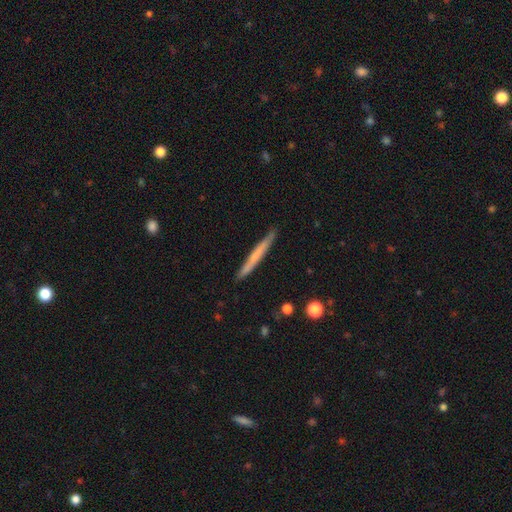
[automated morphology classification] A smooth galaxy with no disk features (55%) that is cigar-shaped (97%).

Vote fractions:
- Smooth or featured? smooth: 55% / featured or disk: 39% / star or artifact: 6%
- How rounded? cigar-shaped: 97% / in between: 2% / round: 1%
- Merging? none: 90% / minor disturbance: 8% / major disturbance: 1% / merger: 1%